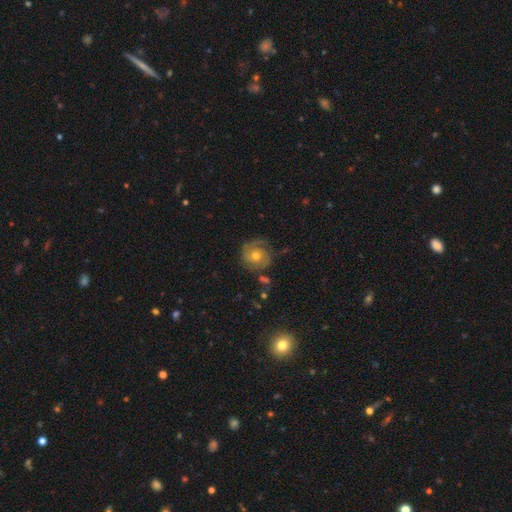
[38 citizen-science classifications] Smooth or featured? 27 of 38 (71%) said featured or disk. Edge-on disk? 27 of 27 (100%) said no. Bar? 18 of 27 (67%) said no. Spiral arms? 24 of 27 (89%) said yes. Spiral winding? 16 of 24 (67%) said tight. Spiral arm count? 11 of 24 (46%) said 2. Bulge size? 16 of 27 (59%) said moderate. Merging? 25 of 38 (66%) said none.